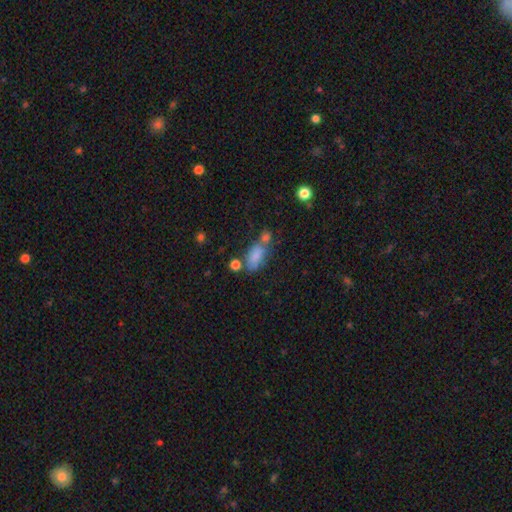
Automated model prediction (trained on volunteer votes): Q: Smooth or featured?
A: smooth (80%); runner-up: featured or disk (10%)
Q: How rounded?
A: in between (87%); runner-up: cigar-shaped (7%)
Q: Merging?
A: none (43%); runner-up: merger (29%)